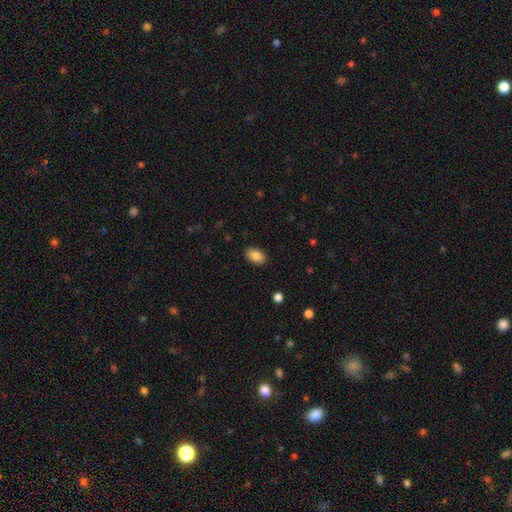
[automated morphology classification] Smooth or featured: smooth — 85% (star or artifact — 8%)
How rounded: in between — 90% (round — 8%)
Merging: none — 88% (minor disturbance — 9%)